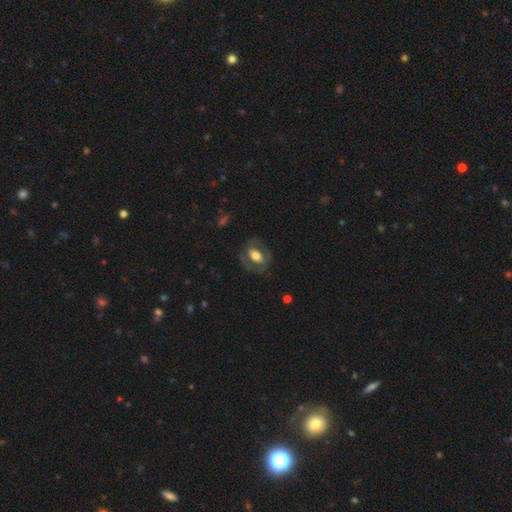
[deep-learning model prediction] Q: Smooth or featured?
A: featured or disk (54%); runner-up: smooth (39%)
Q: Edge-on disk?
A: no (93%); runner-up: yes (7%)
Q: Bar?
A: no (56%); runner-up: weak (26%)
Q: Spiral arms?
A: no (68%); runner-up: yes (32%)
Q: Bulge size?
A: moderate (50%); runner-up: large (38%)
Q: Merging?
A: none (72%); runner-up: minor disturbance (16%)